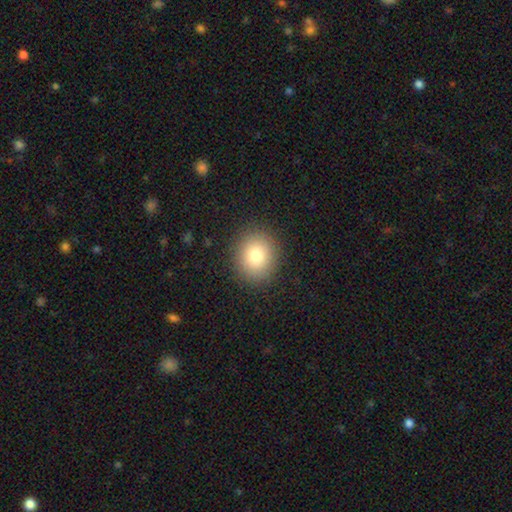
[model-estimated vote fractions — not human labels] A smooth galaxy with no disk features (82%) that is round (72%). Merging: none (89%).